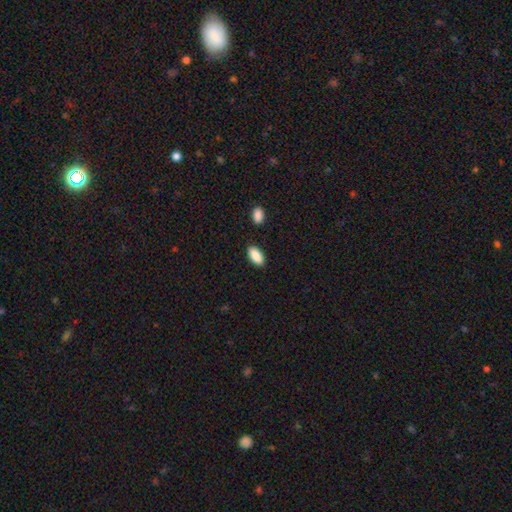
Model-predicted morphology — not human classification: A smooth galaxy with no disk features (89%) that is in between round and cigar-shaped (91%). Merging: none (86%).